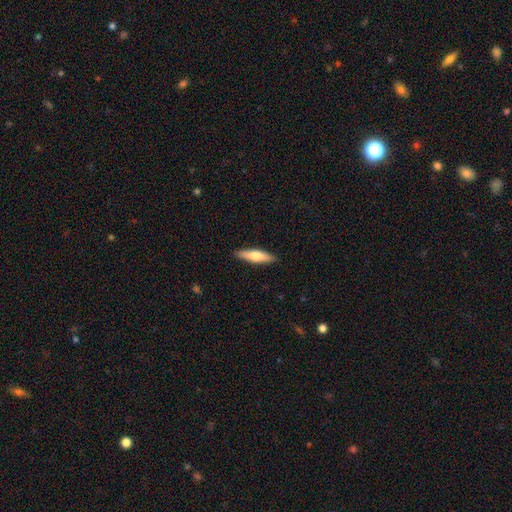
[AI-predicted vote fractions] This appears to be a smooth galaxy with no disk features (59%) that is cigar-shaped (77%). Merging: none (90%).